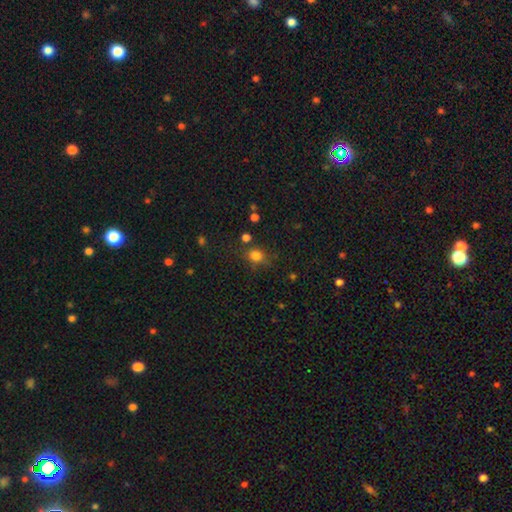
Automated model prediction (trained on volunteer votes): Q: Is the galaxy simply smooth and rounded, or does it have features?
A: smooth — 79%.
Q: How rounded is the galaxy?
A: round — 64%.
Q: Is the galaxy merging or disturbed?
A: none — 70%.